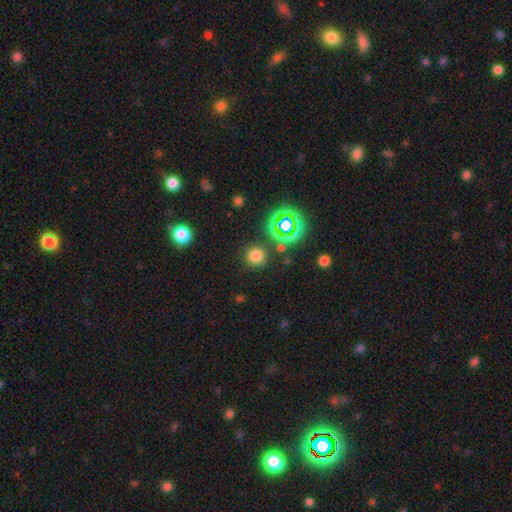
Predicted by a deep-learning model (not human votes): Smooth or featured?
  - smooth: 71% *
  - star or artifact: 23%
  - featured or disk: 6%
How rounded?
  - round: 93% *
  - in between: 6%
  - cigar-shaped: 1%
Merging?
  - none: 85% *
  - minor disturbance: 7%
  - merger: 4%
  - major disturbance: 3%